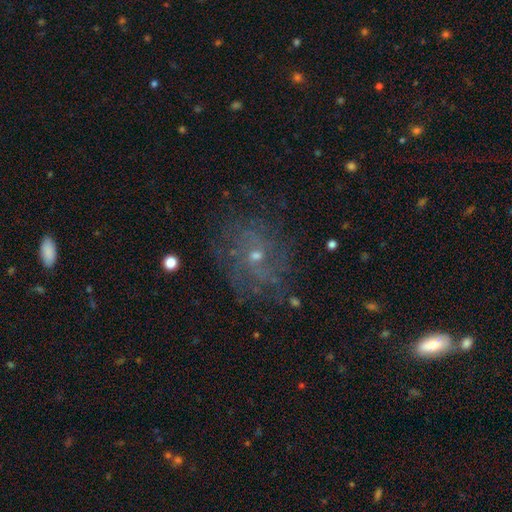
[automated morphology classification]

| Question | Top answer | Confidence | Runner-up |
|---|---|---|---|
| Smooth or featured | featured or disk | 65% | smooth (20%) |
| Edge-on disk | no | 96% | yes (4%) |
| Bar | no | 77% | weak (19%) |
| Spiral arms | yes | 68% | no (32%) |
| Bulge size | small | 65% | moderate (31%) |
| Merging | none | 67% | minor disturbance (18%) |